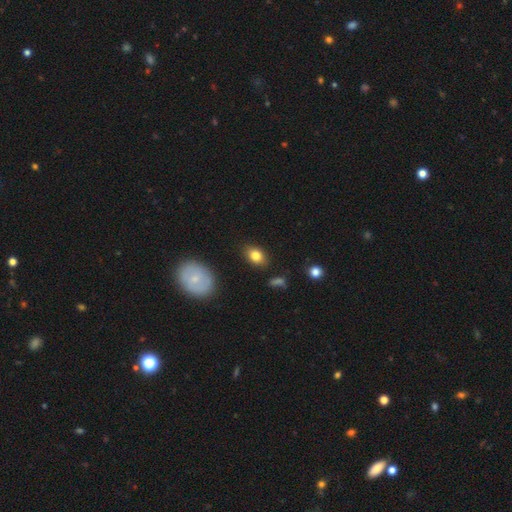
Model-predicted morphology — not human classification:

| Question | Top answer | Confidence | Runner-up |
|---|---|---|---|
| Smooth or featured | smooth | 82% | featured or disk (9%) |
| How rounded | in between | 78% | round (20%) |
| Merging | none | 84% | minor disturbance (11%) |